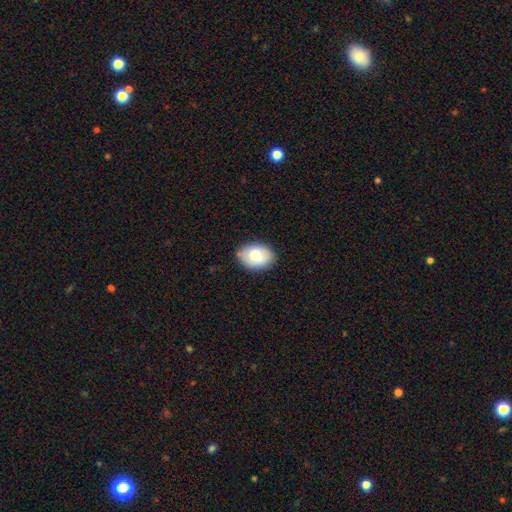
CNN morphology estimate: This appears to be a smooth galaxy with no disk features (79%) that is in between round and cigar-shaped (79%). Merging: none (83%).